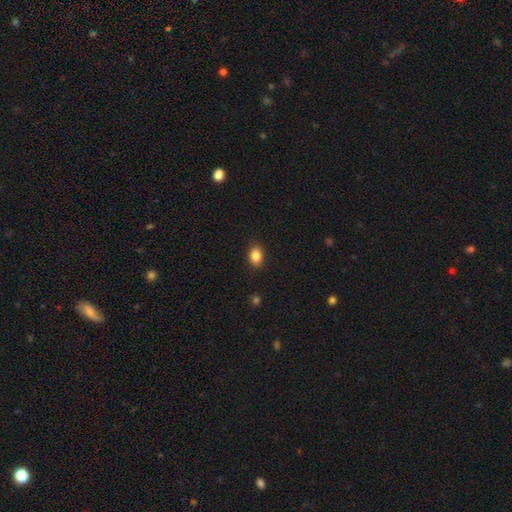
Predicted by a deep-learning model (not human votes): Morphology: type=smooth (86%); roundness=in between (72%); merging=none (88%).